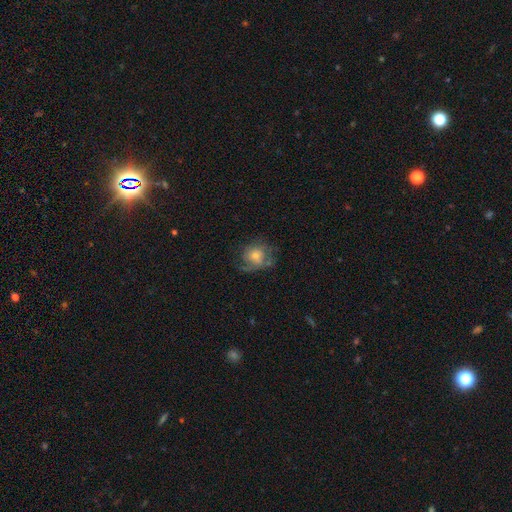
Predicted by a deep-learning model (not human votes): smooth-or-featured: smooth: 46% | featured or disk: 44% | star or artifact: 10%
  merging: none: 53% | minor disturbance: 23% | major disturbance: 21% | merger: 3%